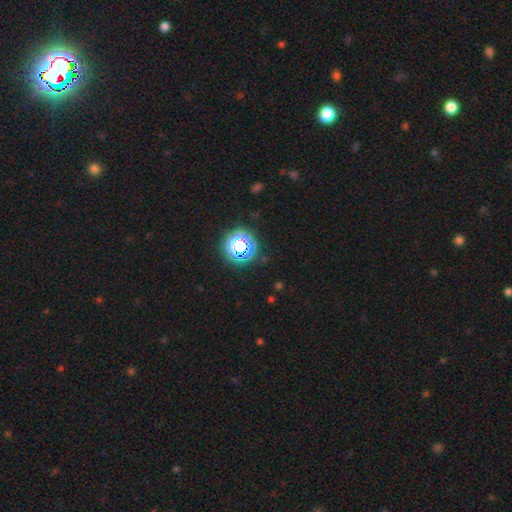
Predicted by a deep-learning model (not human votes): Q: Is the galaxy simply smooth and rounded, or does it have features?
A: star or artifact — 75%.